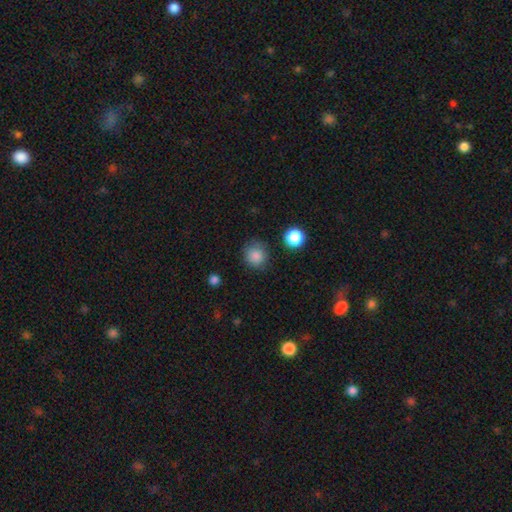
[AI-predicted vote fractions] smooth 86%, star or artifact 11%, featured or disk 4%. Down the decision tree: how rounded — round (90%); merging — none (82%).